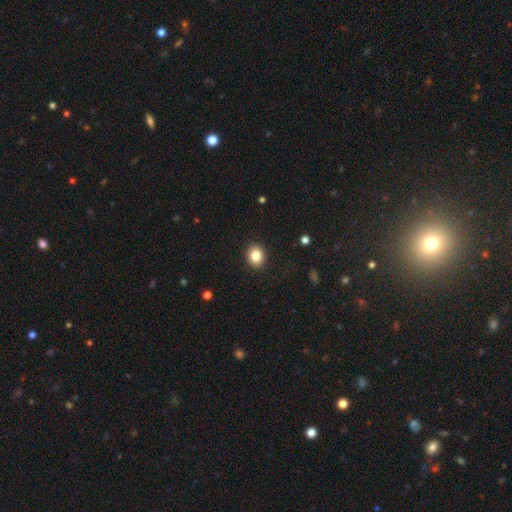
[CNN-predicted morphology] type=smooth (84%); roundness=round (61%); merging=none (91%).